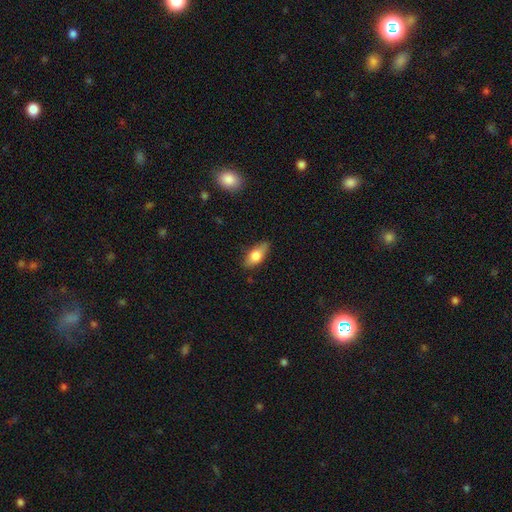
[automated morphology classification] smooth_or_featured: smooth (p=0.74) [alt: featured or disk p=0.19]
how_rounded: in between (p=0.83) [alt: cigar-shaped p=0.12]
merging: none (p=0.76) [alt: minor disturbance p=0.19]